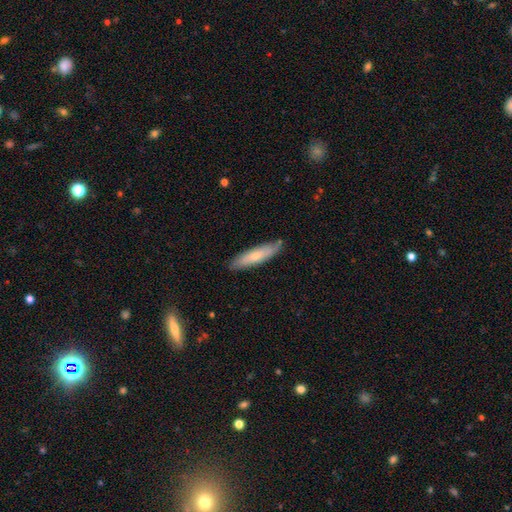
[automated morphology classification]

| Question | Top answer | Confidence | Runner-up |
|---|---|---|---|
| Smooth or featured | smooth | 65% | featured or disk (30%) |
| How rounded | cigar-shaped | 79% | in between (19%) |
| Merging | none | 83% | minor disturbance (13%) |